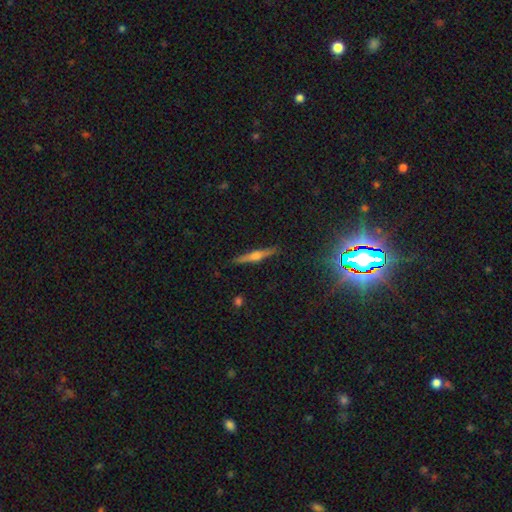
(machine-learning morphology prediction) Smooth or featured: featured or disk — 67% (smooth — 23%)
Edge-on disk: yes — 97% (no — 3%)
Edge-on bulge: rounded — 88% (boxy — 7%)
Merging: none — 91% (minor disturbance — 7%)